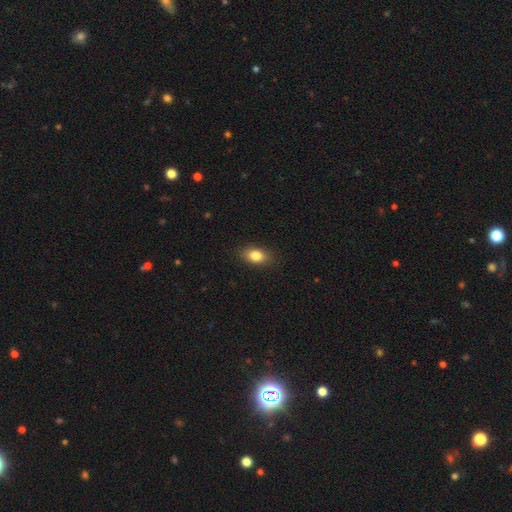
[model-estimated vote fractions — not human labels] A smooth galaxy with no disk features (84%) that is in between round and cigar-shaped (83%).

Vote fractions:
- Smooth or featured? smooth: 84% / star or artifact: 8% / featured or disk: 8%
- How rounded? in between: 83% / round: 14% / cigar-shaped: 3%
- Merging? none: 87% / minor disturbance: 9% / major disturbance: 2% / merger: 1%